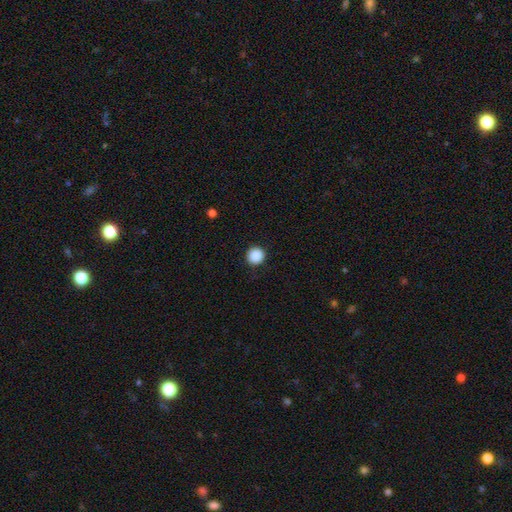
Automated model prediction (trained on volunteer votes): A smooth galaxy with no disk features (89%) that is round (94%). Merging: none (91%).